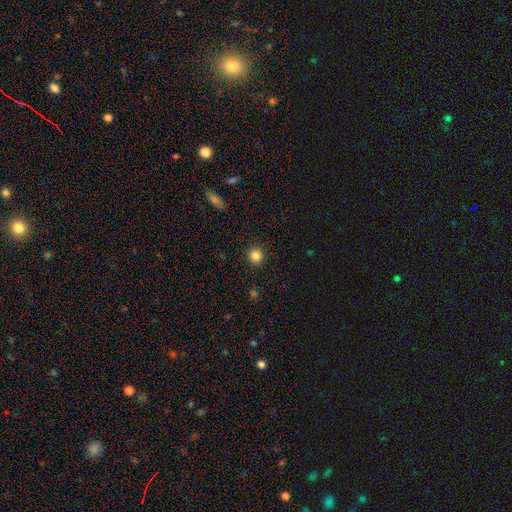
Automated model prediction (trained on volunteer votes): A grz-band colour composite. It shows a smooth galaxy with no disk features (85%) that is round (94%). Merging: none (92%).